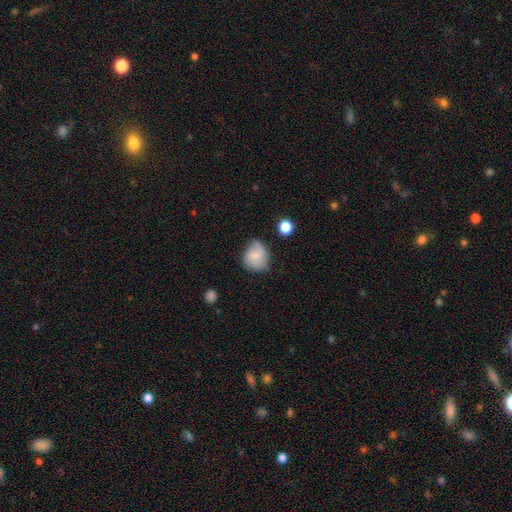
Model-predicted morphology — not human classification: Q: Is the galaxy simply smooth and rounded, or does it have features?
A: smooth — 66%.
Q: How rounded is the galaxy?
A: round — 70%.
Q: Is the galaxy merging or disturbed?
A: none — 56%.